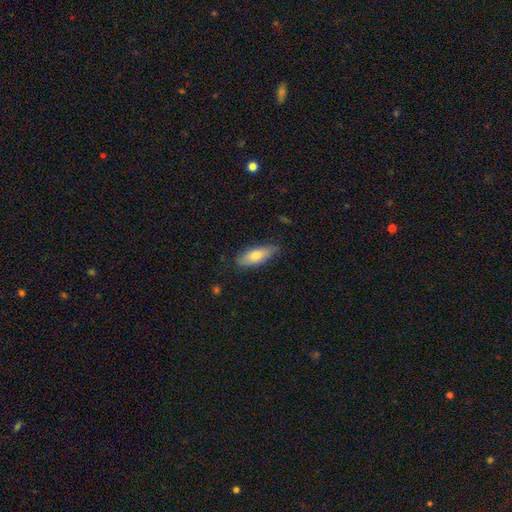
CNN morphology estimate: smooth 72%, featured or disk 22%, star or artifact 6%. Down the decision tree: how rounded — in between (69%); merging — none (81%).